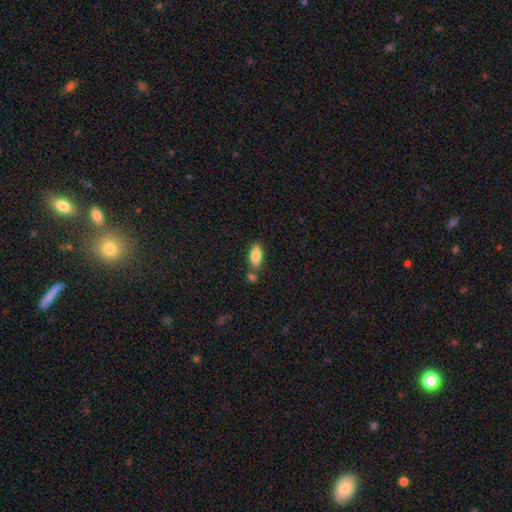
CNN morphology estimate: Q: Smooth or featured?
A: smooth (84%); runner-up: featured or disk (10%)
Q: How rounded?
A: in between (83%); runner-up: cigar-shaped (15%)
Q: Merging?
A: none (68%); runner-up: merger (17%)